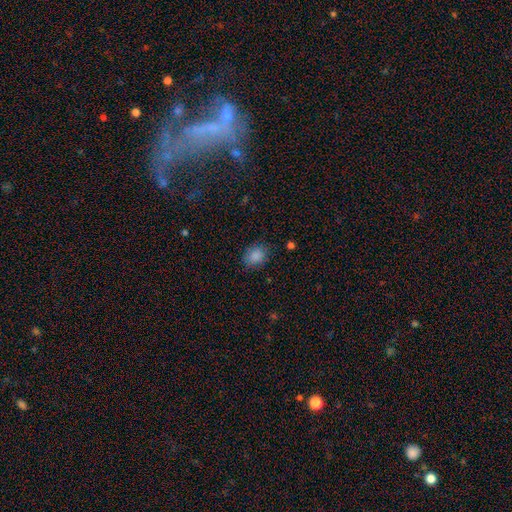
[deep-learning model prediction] Smooth or featured: smooth — 86% (star or artifact — 10%)
How rounded: round — 52% (in between — 47%)
Merging: none — 80% (minor disturbance — 15%)